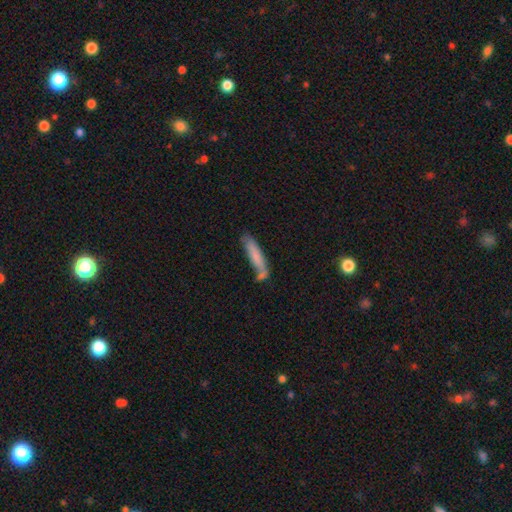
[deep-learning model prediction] smooth 75%, featured or disk 18%, star or artifact 7%. Down the decision tree: how rounded — cigar-shaped (86%); merging — none (57%).